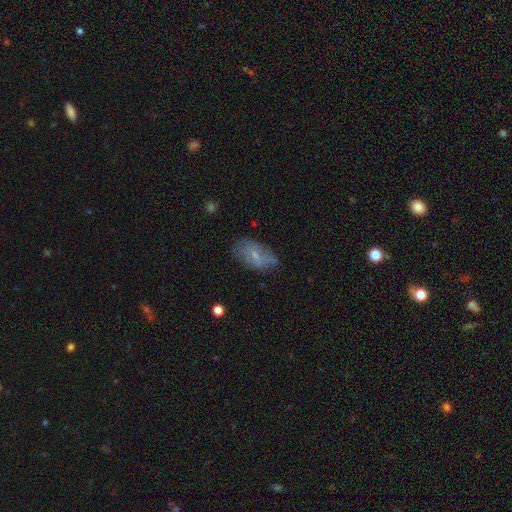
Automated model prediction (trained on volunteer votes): Smooth or featured? smooth (52%)
How rounded? in between (90%)
Merging? none (57%)